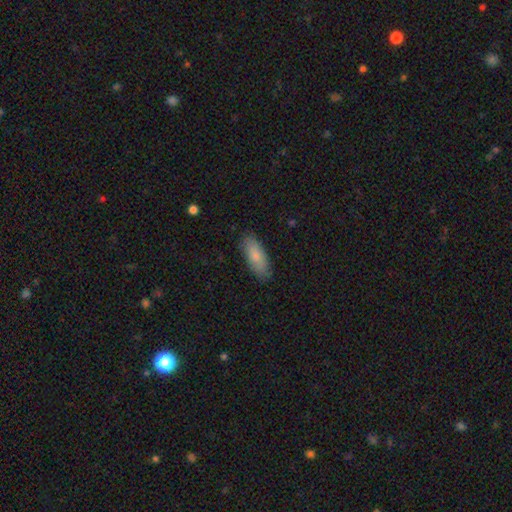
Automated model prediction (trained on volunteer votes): This is clearly a smooth galaxy (84%). How rounded: likely in between (73%). Merging: clearly none (86%).